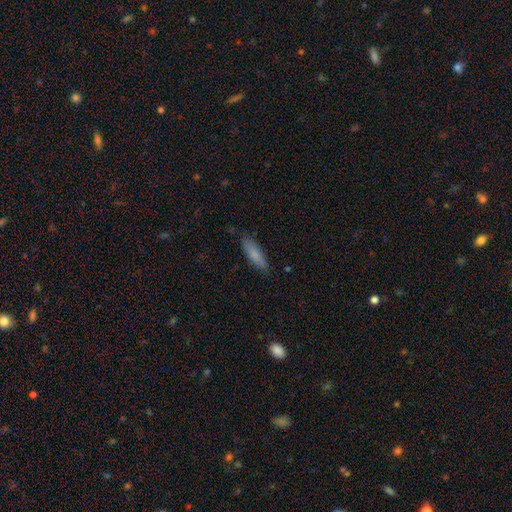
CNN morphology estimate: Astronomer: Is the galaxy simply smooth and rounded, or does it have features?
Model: smooth — 78%.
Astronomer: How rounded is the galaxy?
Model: cigar-shaped — 62%.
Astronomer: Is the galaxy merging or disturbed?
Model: none — 84%.